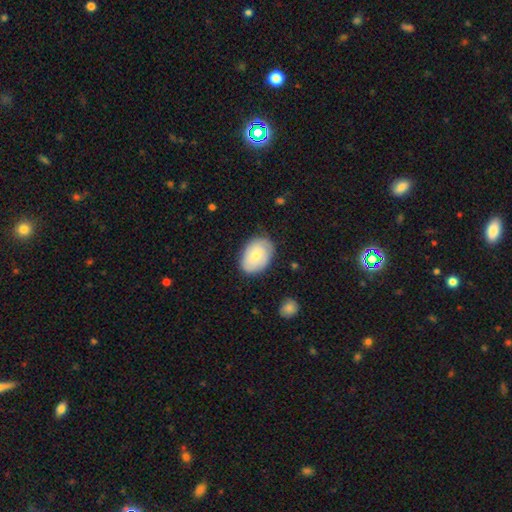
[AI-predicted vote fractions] Smooth or featured? Predicted: smooth (p=0.68). How rounded? Predicted: in between (p=0.82). Merging? Predicted: none (p=0.77).